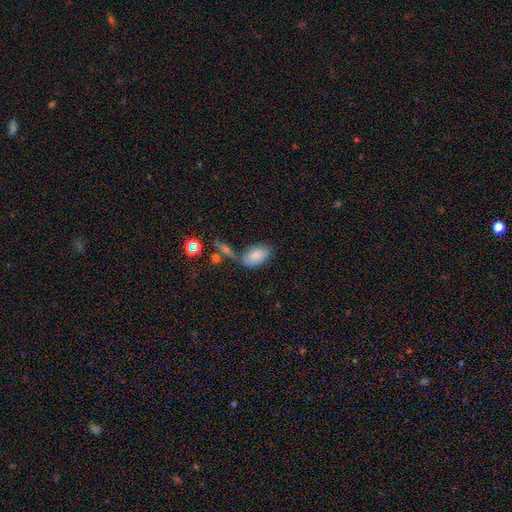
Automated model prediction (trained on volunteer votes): The model was most divided on "merging": none: 54%, minor disturbance: 20%, merger: 19%, major disturbance: 8%. More confident: how rounded — in between (92%); smooth or featured — smooth (77%).